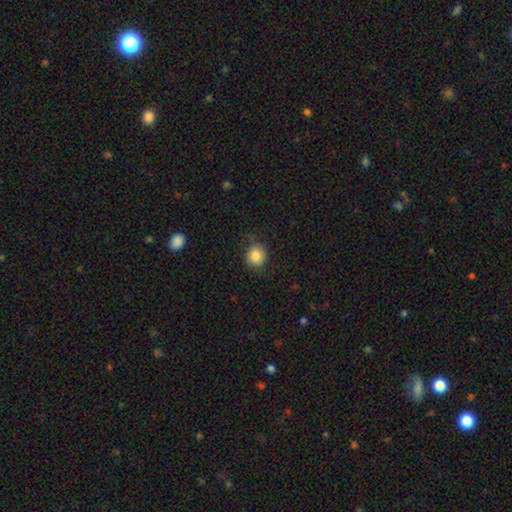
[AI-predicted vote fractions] This is clearly a smooth galaxy (86%). How rounded: clearly round (84%). Merging: likely none (78%).